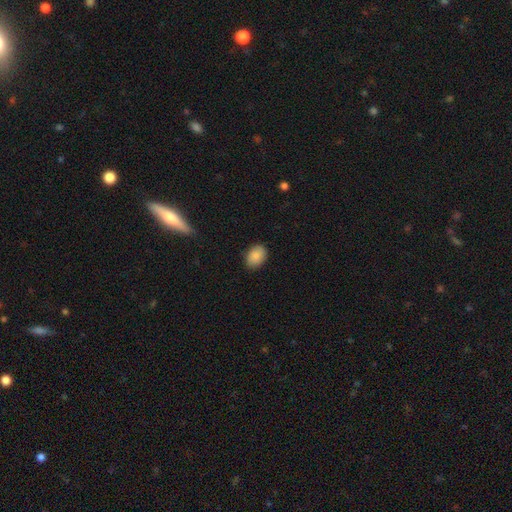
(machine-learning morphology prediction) Overall: smooth (88%). How rounded: in between (79%). Merging: none (85%).